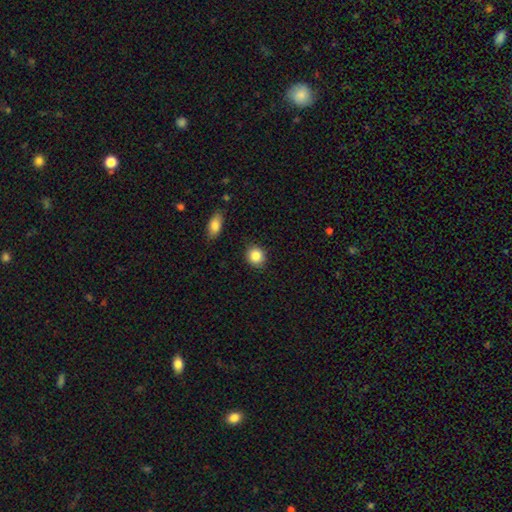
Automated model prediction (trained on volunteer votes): The model was most divided on "how rounded": round: 82%, in between: 16%, cigar-shaped: 1%. More confident: merging — none (89%); smooth or featured — smooth (87%).